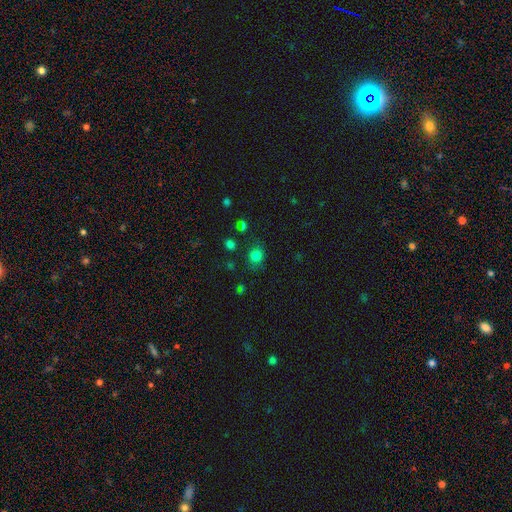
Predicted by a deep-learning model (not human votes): The model was most divided on "how rounded": round: 74%, in between: 25%, cigar-shaped: 1%. More confident: smooth or featured — smooth (79%); merging — none (76%).